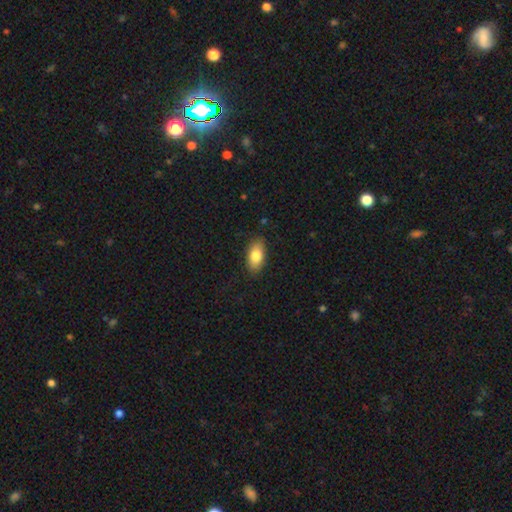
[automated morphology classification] This is clearly a smooth galaxy (81%). How rounded: clearly in between (91%). Merging: clearly none (86%).